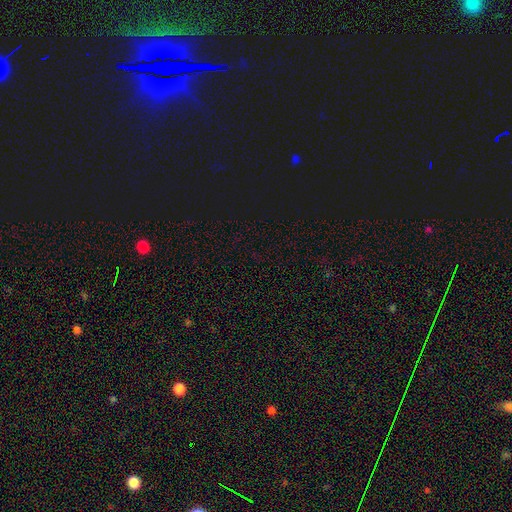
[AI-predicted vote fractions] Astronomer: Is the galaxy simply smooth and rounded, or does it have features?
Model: star or artifact — 75%.